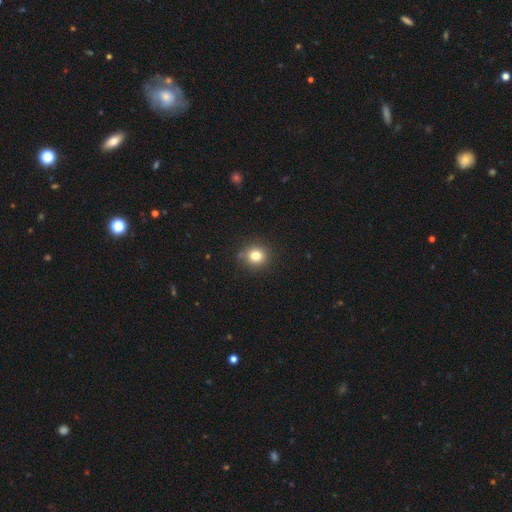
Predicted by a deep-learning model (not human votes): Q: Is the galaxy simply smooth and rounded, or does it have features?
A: smooth — 80%.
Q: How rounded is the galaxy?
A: round — 89%.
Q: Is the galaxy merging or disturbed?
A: none — 85%.